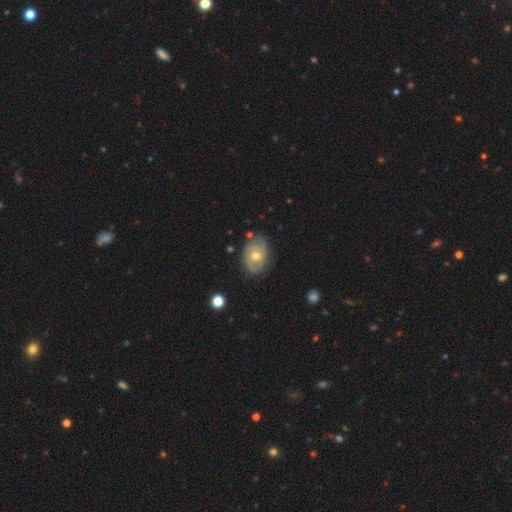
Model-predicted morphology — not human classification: The model was most divided on "smooth or featured": featured or disk: 56%, smooth: 36%, star or artifact: 8%. More confident: edge-on disk — no (95%); merging — none (70%); spiral arms — yes (69%); bulge size — moderate (66%); bar — no (61%).